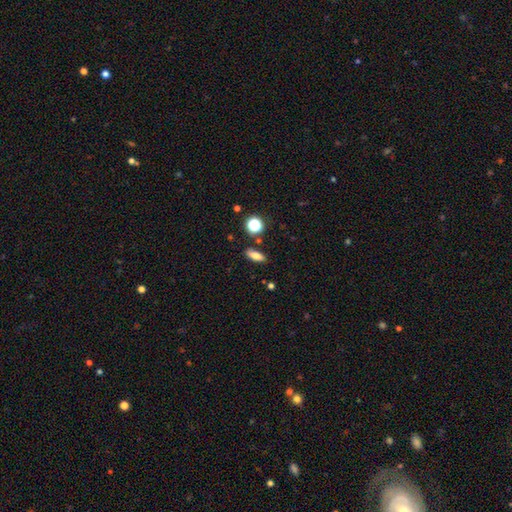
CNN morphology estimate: smooth-or-featured: smooth: 76% | featured or disk: 12% | star or artifact: 12%
  how-rounded: in between: 66% | cigar-shaped: 26% | round: 8%
  merging: none: 85% | minor disturbance: 9% | merger: 4% | major disturbance: 2%